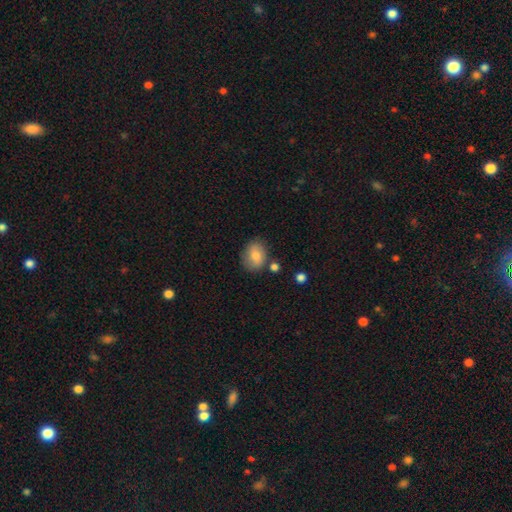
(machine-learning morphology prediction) The model was most divided on "how rounded": in between: 56%, round: 42%, cigar-shaped: 1%. More confident: smooth or featured — smooth (76%); merging — none (76%).